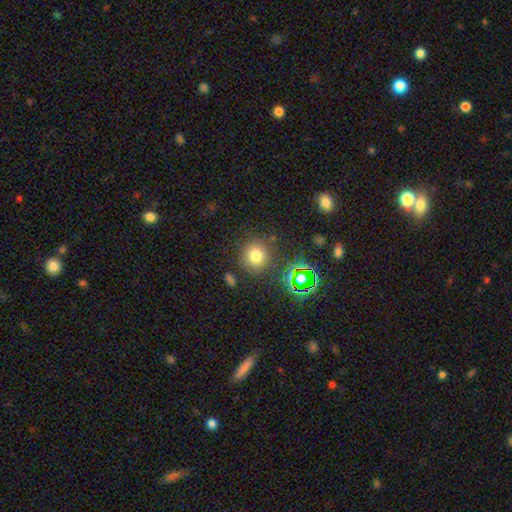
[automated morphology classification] The model was most divided on "smooth or featured": smooth: 73%, star or artifact: 19%, featured or disk: 8%. More confident: how rounded — round (91%); merging — none (83%).